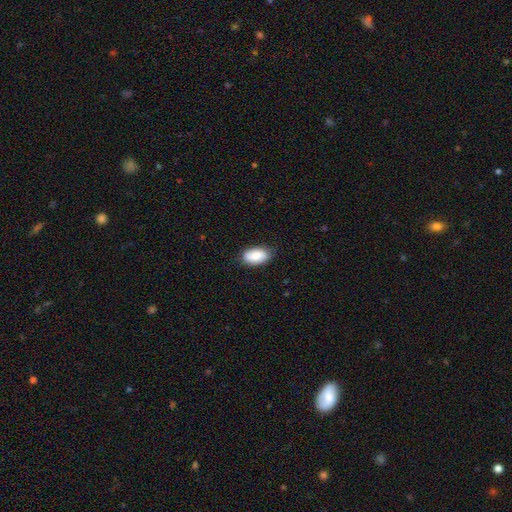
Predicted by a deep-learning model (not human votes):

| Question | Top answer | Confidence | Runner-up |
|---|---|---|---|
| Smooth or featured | smooth | 81% | featured or disk (13%) |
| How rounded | in between | 94% | round (5%) |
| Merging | none | 83% | minor disturbance (13%) |